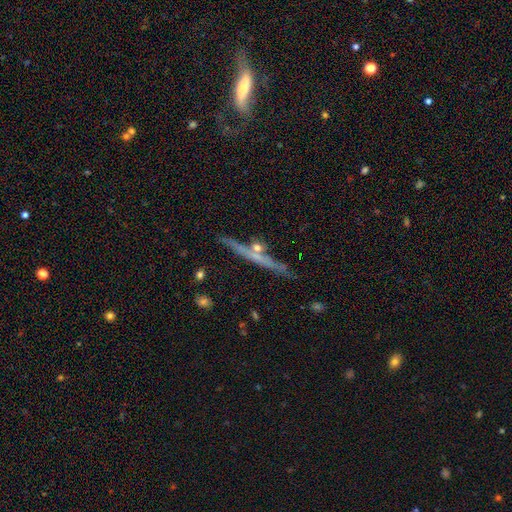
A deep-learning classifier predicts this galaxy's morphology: Smooth or featured: featured or disk — 68% (smooth — 23%)
Edge-on disk: yes — 96% (no — 4%)
Edge-on bulge: rounded — 48% (none — 46%)
Merging: none — 82% (minor disturbance — 10%)